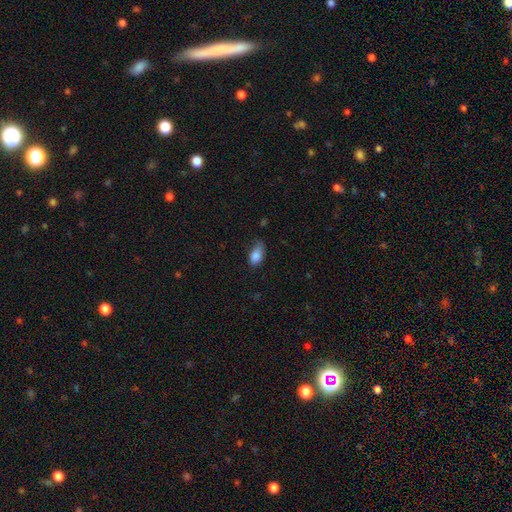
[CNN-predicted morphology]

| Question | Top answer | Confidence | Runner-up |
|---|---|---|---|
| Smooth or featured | smooth | 85% | star or artifact (8%) |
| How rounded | in between | 90% | round (7%) |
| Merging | none | 53% | minor disturbance (36%) |